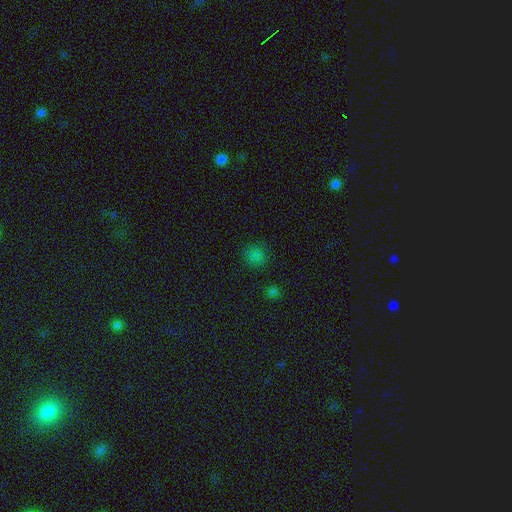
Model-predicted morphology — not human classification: Q: Smooth or featured?
A: smooth (78%); runner-up: star or artifact (18%)
Q: How rounded?
A: round (90%); runner-up: in between (9%)
Q: Merging?
A: none (87%); runner-up: minor disturbance (8%)